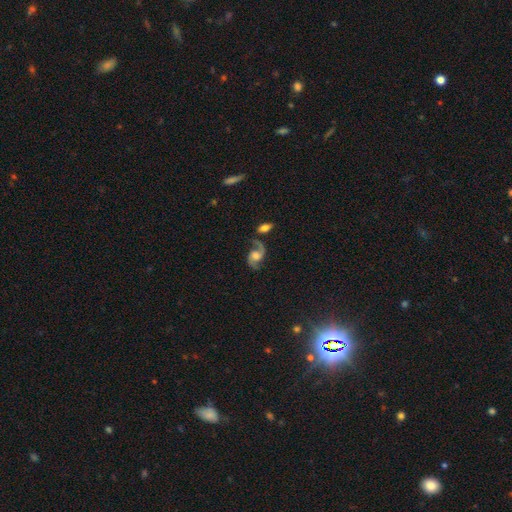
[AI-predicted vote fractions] Morphology: type=featured or disk (87%); edge-on=no (97%); bar=no (58%); spiral arms=yes (97%); winding=loose (46%); arm count=2 (93%); bulge=moderate (45%); merging=none (71%).